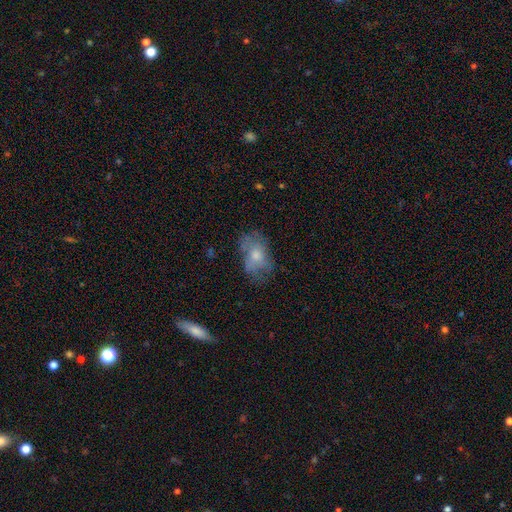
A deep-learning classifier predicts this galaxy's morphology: smooth-or-featured: smooth: 58% | featured or disk: 34% | star or artifact: 9%
  how-rounded: in between: 83% | round: 15% | cigar-shaped: 2%
  merging: none: 49% | minor disturbance: 28% | major disturbance: 20% | merger: 3%